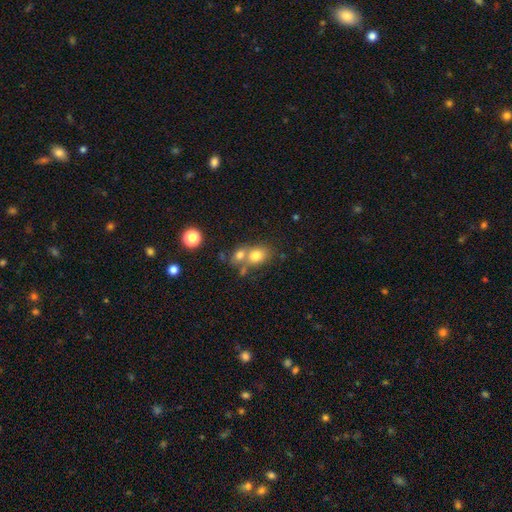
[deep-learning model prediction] smooth_or_featured: smooth (p=0.76) [alt: featured or disk p=0.12]
how_rounded: round (p=0.53) [alt: in between p=0.46]
merging: merger (p=0.45) [alt: none p=0.41]